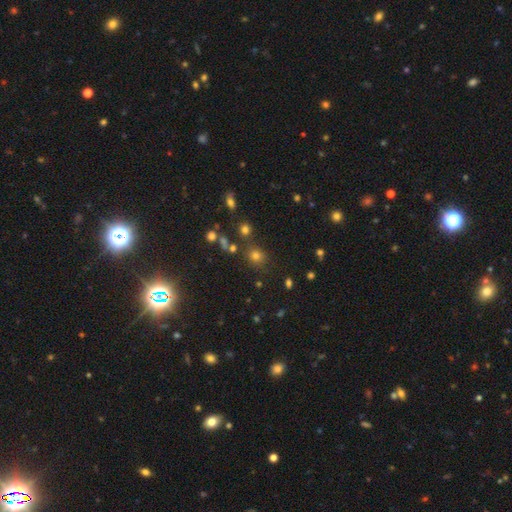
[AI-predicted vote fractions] The model was most divided on "smooth or featured": smooth: 70%, star or artifact: 23%, featured or disk: 7%. More confident: how rounded — round (78%); merging — none (76%).